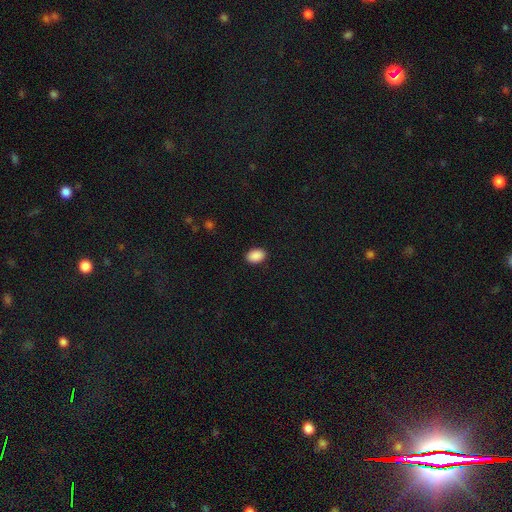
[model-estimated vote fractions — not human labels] smooth_or_featured: smooth (p=0.90) [alt: star or artifact p=0.07]
how_rounded: in between (p=0.86) [alt: round p=0.12]
merging: none (p=0.90) [alt: minor disturbance p=0.07]